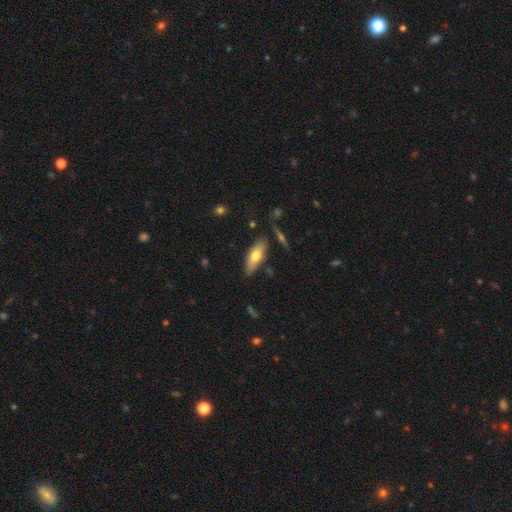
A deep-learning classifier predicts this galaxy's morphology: The model was most divided on "smooth or featured": smooth: 64%, featured or disk: 30%, star or artifact: 6%. More confident: merging — none (76%); how rounded — in between (71%).